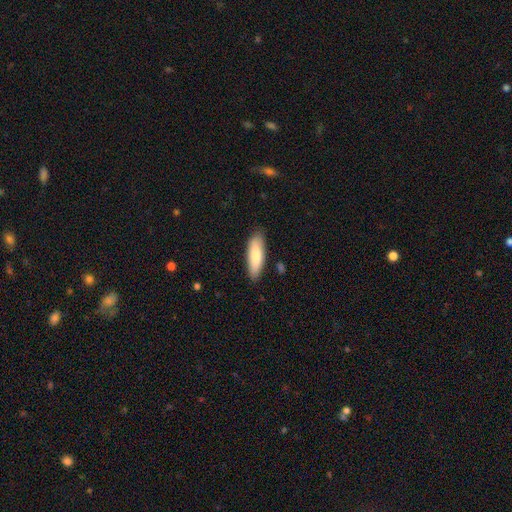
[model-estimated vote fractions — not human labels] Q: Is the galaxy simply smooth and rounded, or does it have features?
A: smooth — 82%.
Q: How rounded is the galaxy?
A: in between — 54%.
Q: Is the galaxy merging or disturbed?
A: none — 85%.